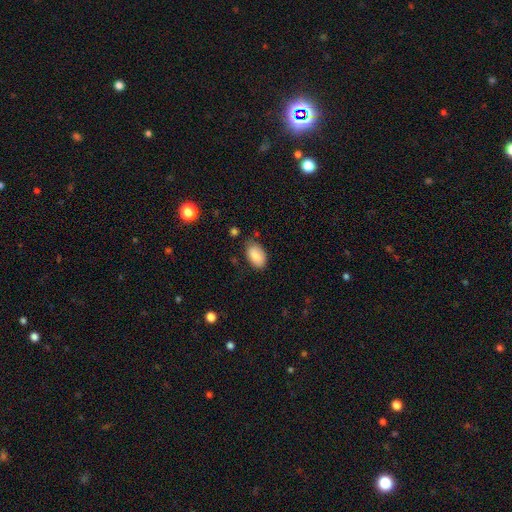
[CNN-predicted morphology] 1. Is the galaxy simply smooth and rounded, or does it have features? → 84% smooth, 9% featured or disk, 7% star or artifact.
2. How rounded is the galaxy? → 93% in between, 6% round, 1% cigar-shaped.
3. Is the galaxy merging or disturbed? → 75% none, 19% minor disturbance, 4% major disturbance, 2% merger.